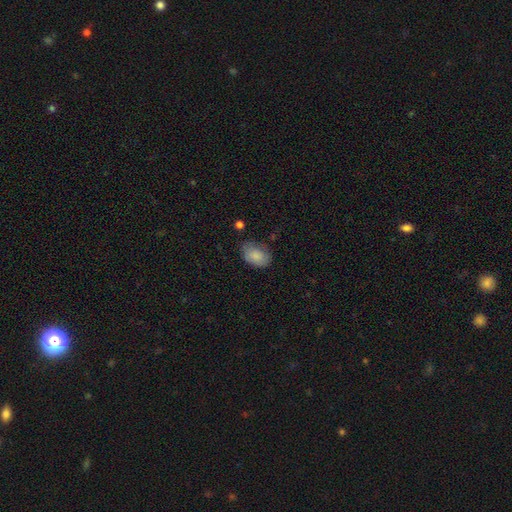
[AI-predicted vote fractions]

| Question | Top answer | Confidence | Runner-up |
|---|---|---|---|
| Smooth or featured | smooth | 84% | featured or disk (9%) |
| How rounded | in between | 85% | round (14%) |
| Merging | none | 68% | minor disturbance (24%) |